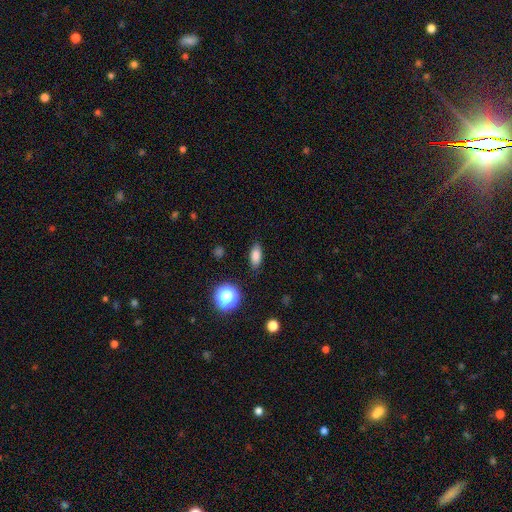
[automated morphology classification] A smooth galaxy with no disk features (82%) that is in between round and cigar-shaped (81%). Merging: none (86%).